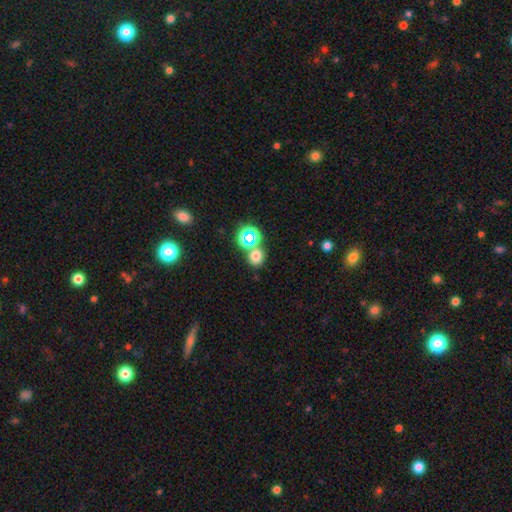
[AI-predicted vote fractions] smooth-or-featured: smooth: 67% | star or artifact: 26% | featured or disk: 7%
  how-rounded: round: 76% | in between: 23% | cigar-shaped: 1%
  merging: none: 65% | merger: 23% | minor disturbance: 9% | major disturbance: 4%